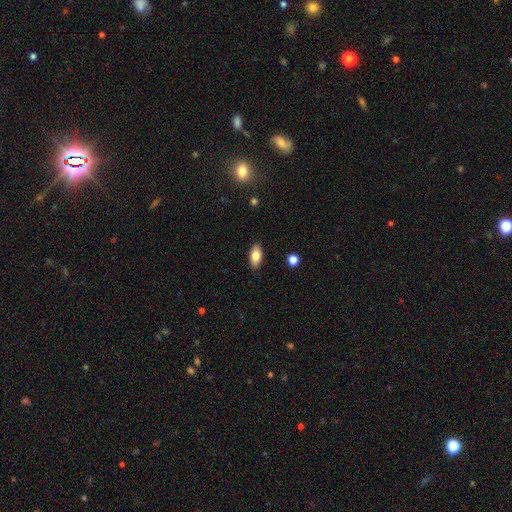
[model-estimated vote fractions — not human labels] Smooth or featured? smooth (82%)
How rounded? in between (91%)
Merging? none (88%)